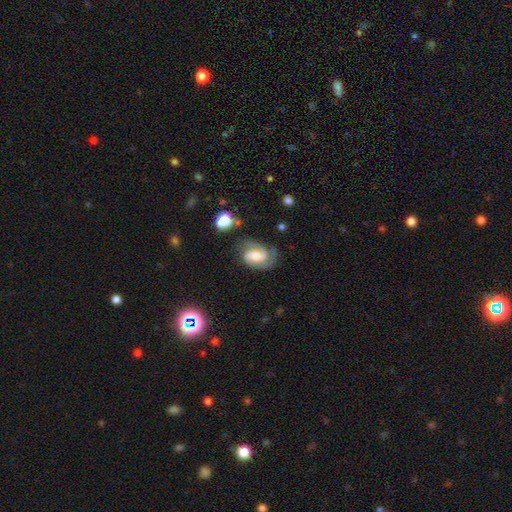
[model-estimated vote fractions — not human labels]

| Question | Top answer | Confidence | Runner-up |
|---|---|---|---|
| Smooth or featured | featured or disk | 77% | smooth (16%) |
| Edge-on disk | no | 97% | yes (3%) |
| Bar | weak | 47% | no (34%) |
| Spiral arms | yes | 95% | no (5%) |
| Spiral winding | medium | 49% | tight (36%) |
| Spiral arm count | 2 | 80% | can't tell (8%) |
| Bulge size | moderate | 50% | small (25%) |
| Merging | none | 65% | minor disturbance (21%) |